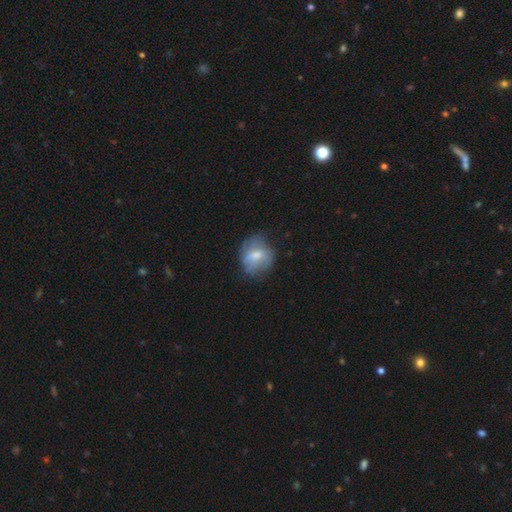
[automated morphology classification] This is possibly a smooth galaxy (59%). How rounded: likely round (62%). Merging: possibly none (57%).